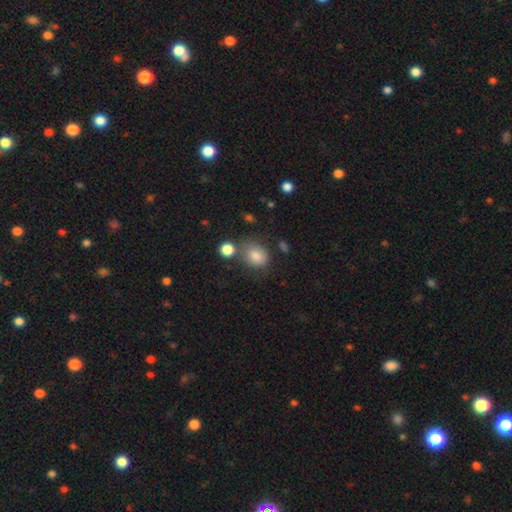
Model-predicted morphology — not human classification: smooth-or-featured: smooth: 82% | star or artifact: 11% | featured or disk: 7%
  how-rounded: round: 61% | in between: 38% | cigar-shaped: 1%
  merging: none: 65% | minor disturbance: 18% | merger: 11% | major disturbance: 6%